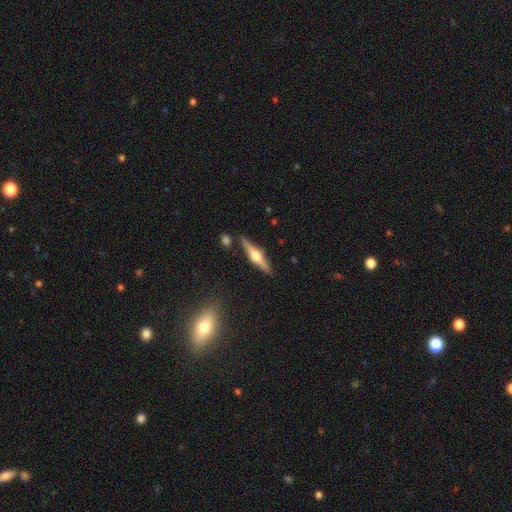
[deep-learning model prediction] Morphology: type=featured or disk (72%); edge-on=yes (97%); edge-on bulge=rounded (95%); merging=none (87%).